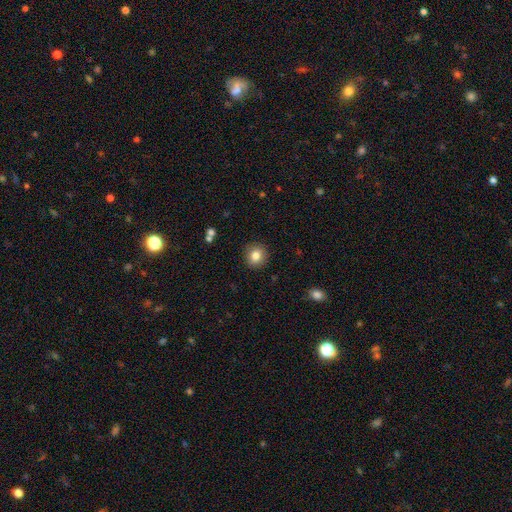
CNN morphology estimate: smooth_or_featured: smooth (p=0.82) [alt: star or artifact p=0.10]
how_rounded: round (p=0.90) [alt: in between p=0.09]
merging: none (p=0.91) [alt: minor disturbance p=0.06]